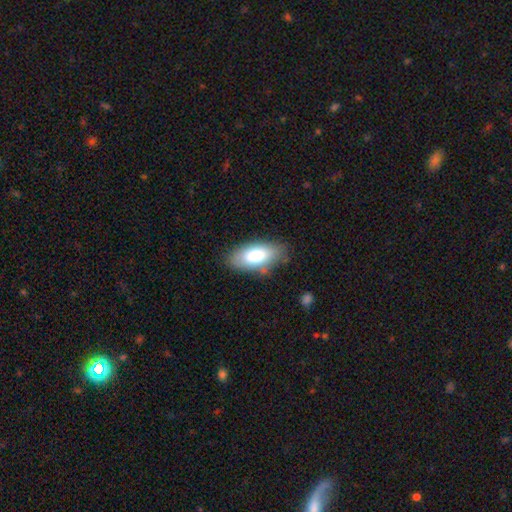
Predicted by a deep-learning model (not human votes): A smooth galaxy with no disk features (81%) that is in between round and cigar-shaped (89%). Merging: none (77%).